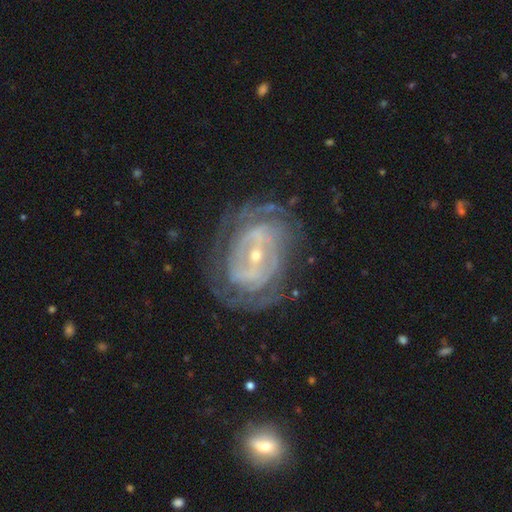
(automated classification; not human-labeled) Smooth or featured? Predicted: featured or disk (p=0.85). Edge-on disk? Predicted: no (p=0.95). Bar? Predicted: weak (p=0.38). Spiral arms? Predicted: yes (p=0.85). Spiral winding? Predicted: tight (p=0.67). Spiral arm count? Predicted: can't tell (p=0.46). Bulge size? Predicted: small (p=0.70). Merging? Predicted: none (p=0.71).